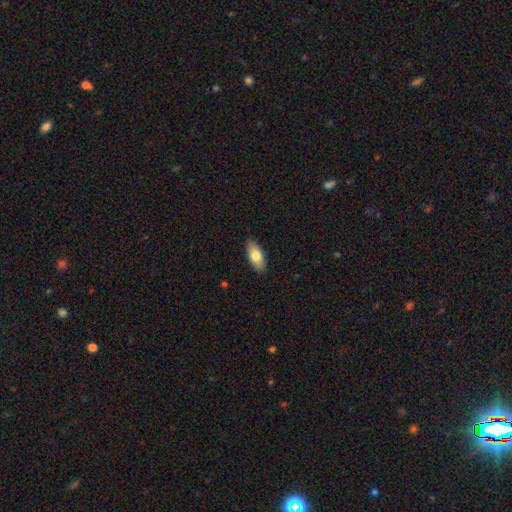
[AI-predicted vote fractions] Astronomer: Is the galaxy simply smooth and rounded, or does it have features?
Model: smooth — 76%.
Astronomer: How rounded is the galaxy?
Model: in between — 86%.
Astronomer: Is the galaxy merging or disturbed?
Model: none — 88%.